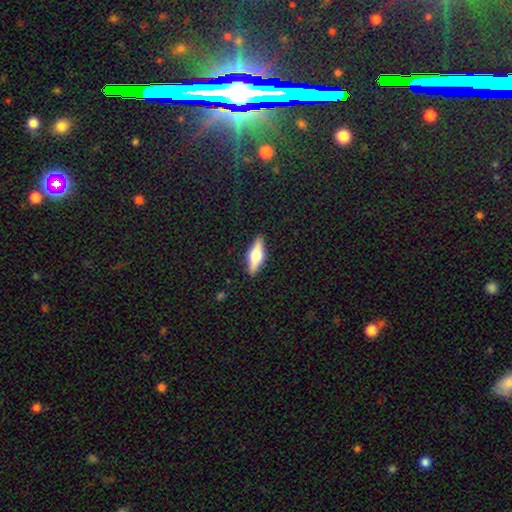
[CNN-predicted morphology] type=featured or disk (52%); edge-on=yes (93%); merging=none (89%).